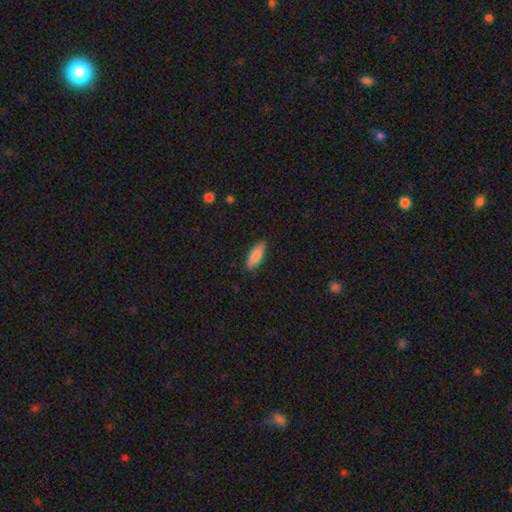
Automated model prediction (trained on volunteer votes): A smooth galaxy with no disk features (85%) that is in between round and cigar-shaped (66%). Merging: none (88%).